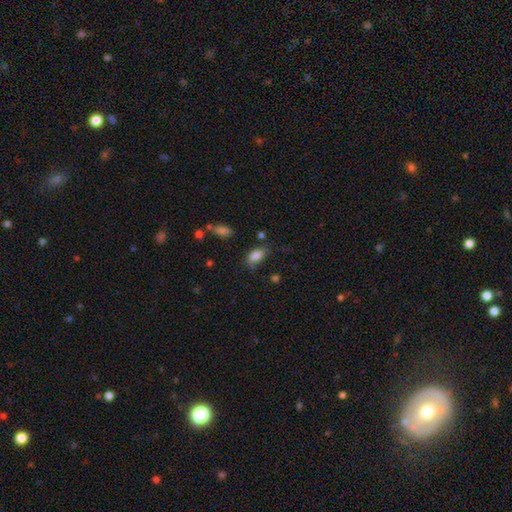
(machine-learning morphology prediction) This is clearly a smooth galaxy (85%). How rounded: clearly in between (90%). Merging: likely none (68%).